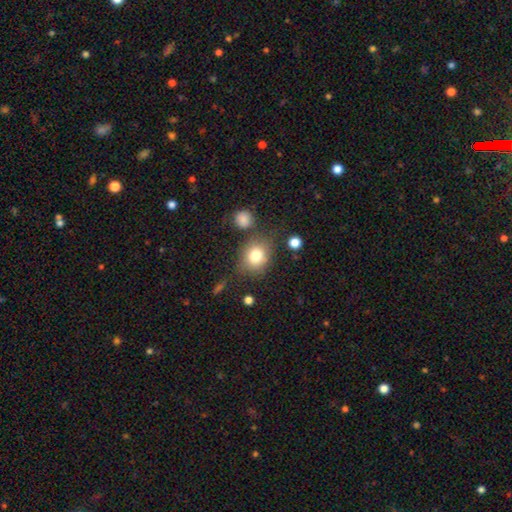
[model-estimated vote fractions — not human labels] This is likely a smooth galaxy (78%). How rounded: likely round (62%). Merging: likely none (69%).